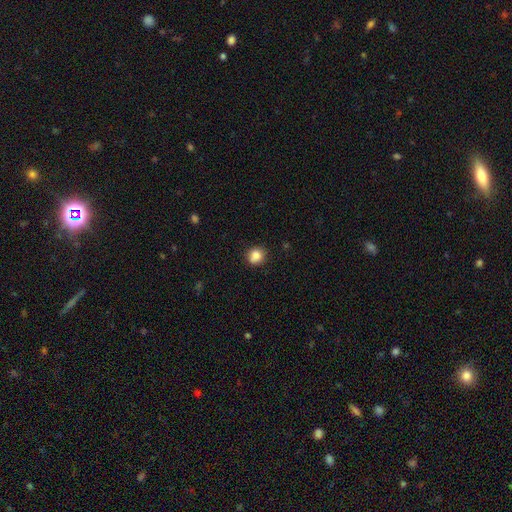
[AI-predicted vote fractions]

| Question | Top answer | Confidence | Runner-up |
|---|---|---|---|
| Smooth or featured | smooth | 86% | star or artifact (10%) |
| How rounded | round | 82% | in between (17%) |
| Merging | none | 83% | minor disturbance (12%) |